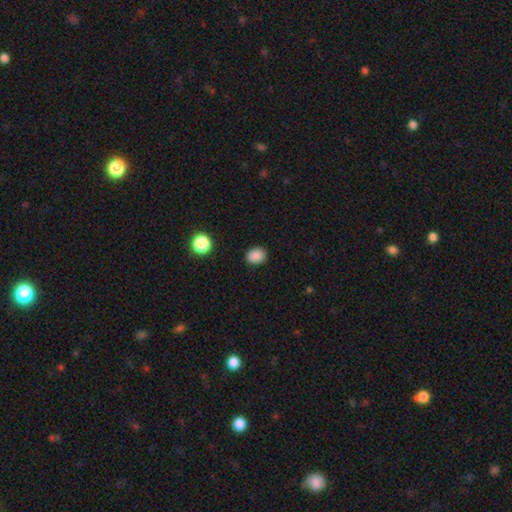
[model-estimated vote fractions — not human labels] Smooth or featured?
  - smooth: 87% *
  - star or artifact: 11%
  - featured or disk: 3%
How rounded?
  - round: 57% *
  - in between: 42%
  - cigar-shaped: 1%
Merging?
  - none: 88% *
  - minor disturbance: 8%
  - major disturbance: 2%
  - merger: 1%